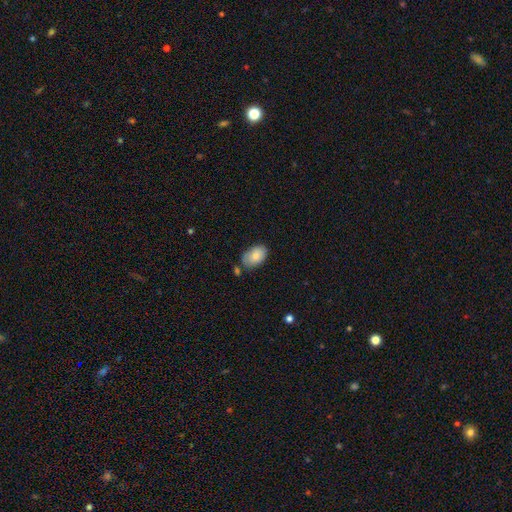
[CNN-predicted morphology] The model was most divided on "merging": none: 68%, minor disturbance: 21%, merger: 7%, major disturbance: 4%. More confident: how rounded — in between (90%); smooth or featured — smooth (80%).